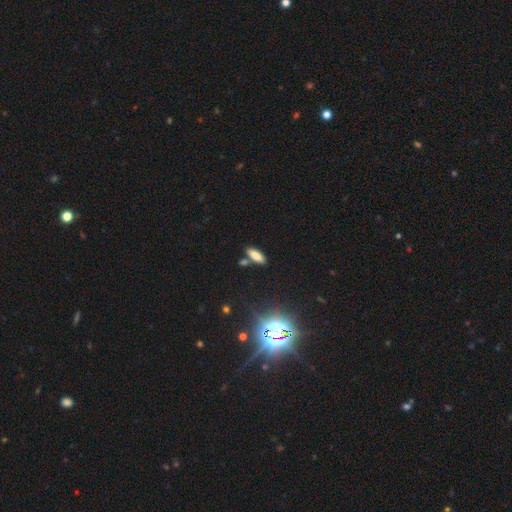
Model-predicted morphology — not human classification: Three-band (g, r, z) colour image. It shows a smooth galaxy with no disk features (78%) that is in between round and cigar-shaped (65%). Merging: none (77%).